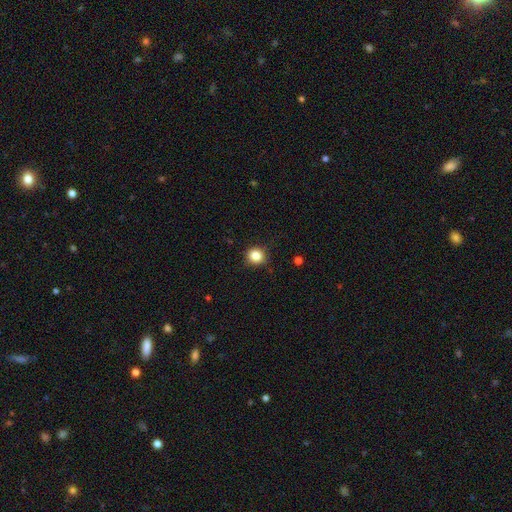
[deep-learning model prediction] smooth 85%, star or artifact 11%, featured or disk 4%. Down the decision tree: how rounded — round (88%); merging — none (87%).